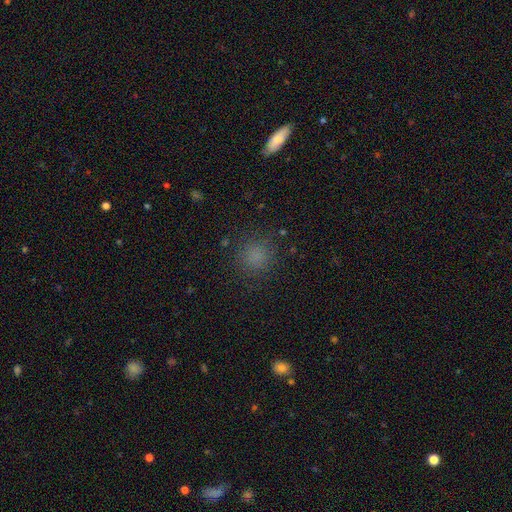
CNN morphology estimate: type=smooth (78%); roundness=round (91%); merging=none (85%).